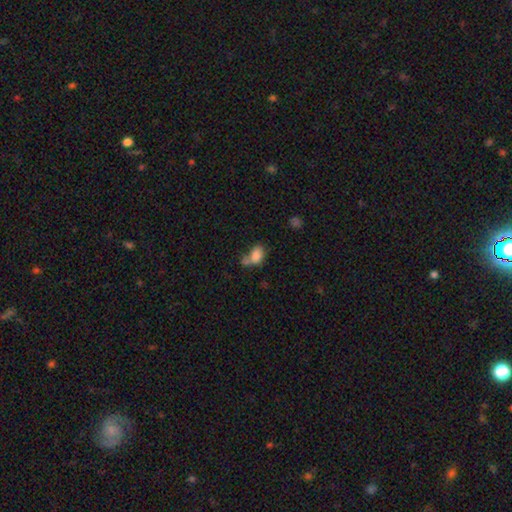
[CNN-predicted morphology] Smooth or featured: smooth — 81% (star or artifact — 10%)
How rounded: in between — 81% (round — 17%)
Merging: merger — 43% (none — 32%)